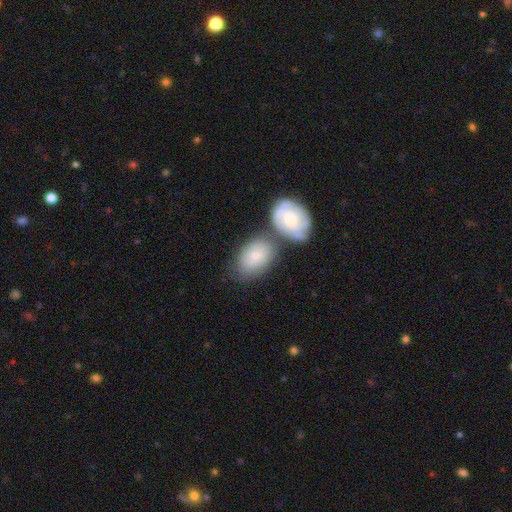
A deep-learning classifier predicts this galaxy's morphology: A smooth galaxy with no disk features (62%) that is in between round and cigar-shaped (80%). Merging: none (43%).